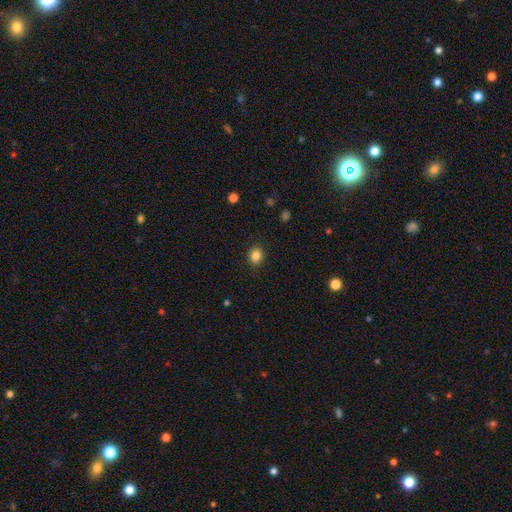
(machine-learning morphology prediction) type=smooth (84%); roundness=round (63%); merging=none (90%).